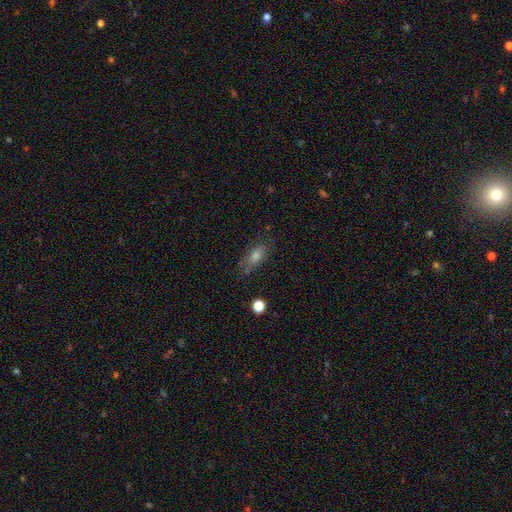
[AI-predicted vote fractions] Smooth or featured? smooth (61%)
How rounded? in between (66%)
Merging? none (74%)